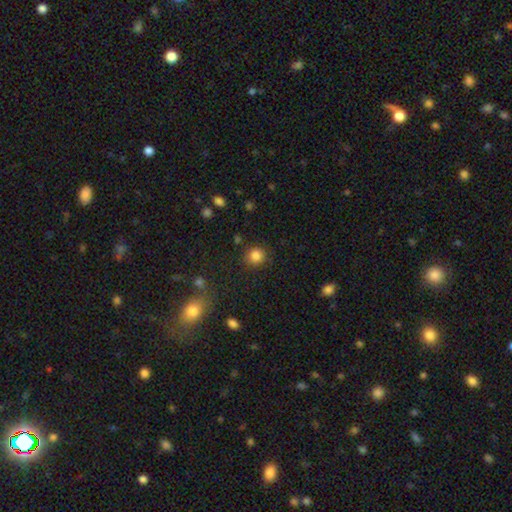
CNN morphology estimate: type=smooth (84%); roundness=round (88%); merging=none (85%).